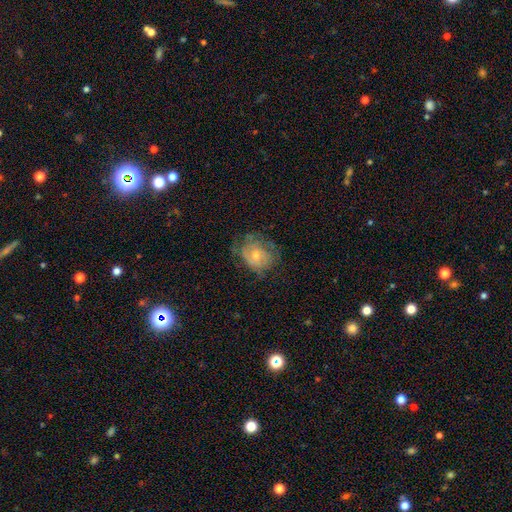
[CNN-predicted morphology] Smooth or featured? Predicted: featured or disk (p=0.57). Edge-on disk? Predicted: no (p=0.96). Bar? Predicted: no (p=0.75). Spiral arms? Predicted: yes (p=0.72). Bulge size? Predicted: small (p=0.48). Merging? Predicted: none (p=0.61).